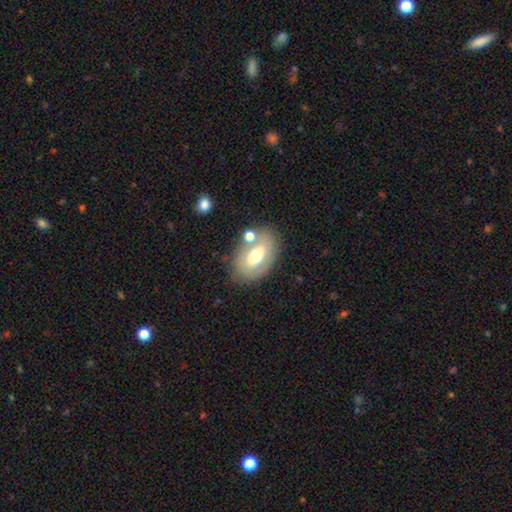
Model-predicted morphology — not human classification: Smooth or featured? smooth (49%)
Merging? none (66%)